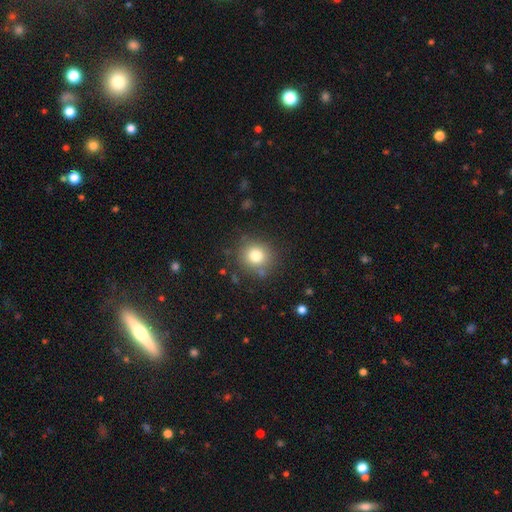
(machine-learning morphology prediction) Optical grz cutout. It shows a smooth galaxy with no disk features (78%) that is round (88%). Merging: none (84%).